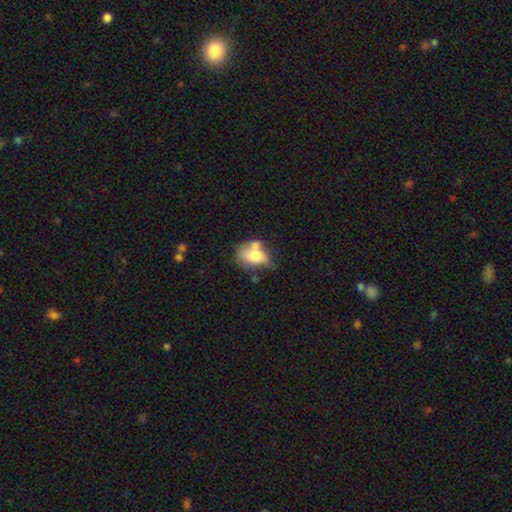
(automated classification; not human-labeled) Q: Smooth or featured?
A: smooth (64%); runner-up: featured or disk (27%)
Q: How rounded?
A: in between (77%); runner-up: round (20%)
Q: Merging?
A: merger (35%); runner-up: none (28%)